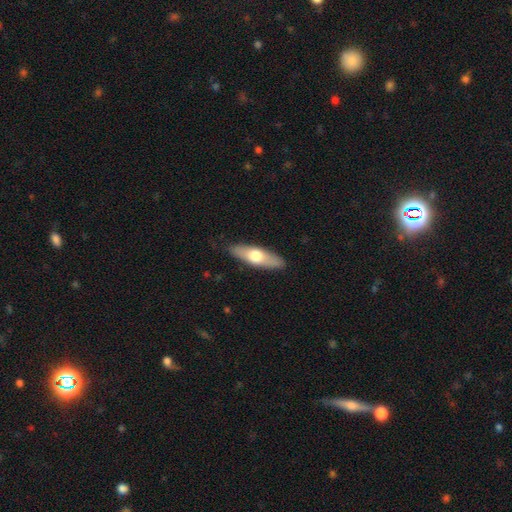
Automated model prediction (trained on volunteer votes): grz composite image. It shows a smooth galaxy with no disk features (58%) that is cigar-shaped (51%). Merging: none (87%).